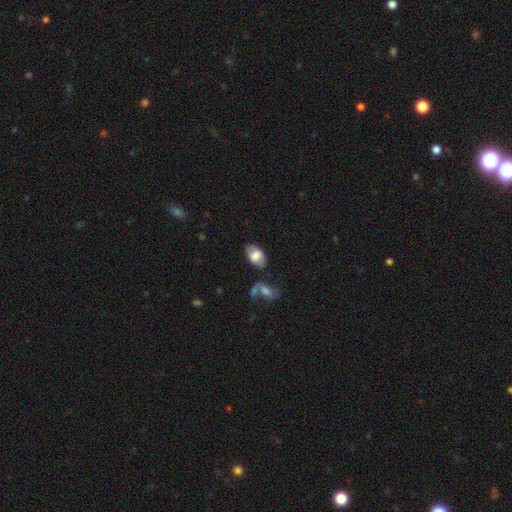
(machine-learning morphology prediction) A smooth galaxy with no disk features (66%) that is in between round and cigar-shaped (92%).

Vote fractions:
- Smooth or featured? smooth: 66% / featured or disk: 27% / star or artifact: 7%
- How rounded? in between: 92% / round: 7% / cigar-shaped: 2%
- Merging? none: 69% / minor disturbance: 18% / merger: 7% / major disturbance: 6%